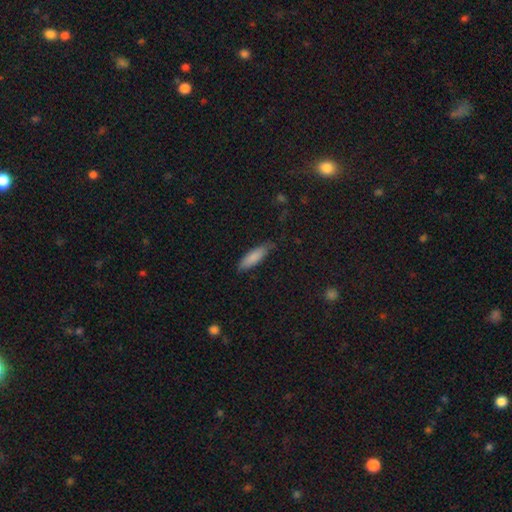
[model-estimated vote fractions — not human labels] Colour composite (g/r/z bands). It shows a smooth galaxy with no disk features (84%) that is cigar-shaped (59%). Merging: none (78%).